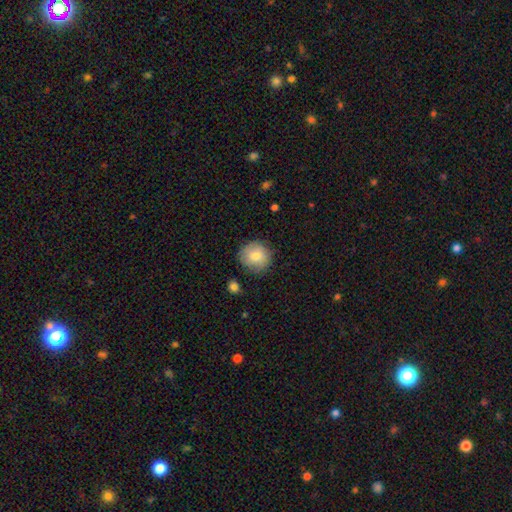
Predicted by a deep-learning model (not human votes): Smooth or featured?
  - smooth: 81% *
  - featured or disk: 11%
  - star or artifact: 8%
How rounded?
  - round: 91% *
  - in between: 8%
  - cigar-shaped: 1%
Merging?
  - none: 80% *
  - minor disturbance: 15%
  - major disturbance: 3%
  - merger: 2%